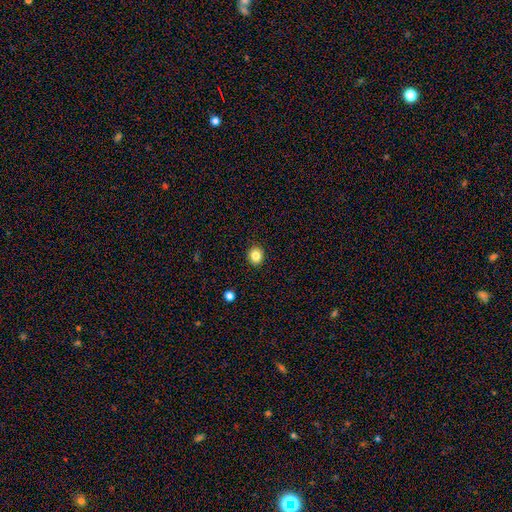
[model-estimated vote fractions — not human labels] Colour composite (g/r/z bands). It shows a smooth galaxy with no disk features (84%) that is round (84%). Merging: none (92%).